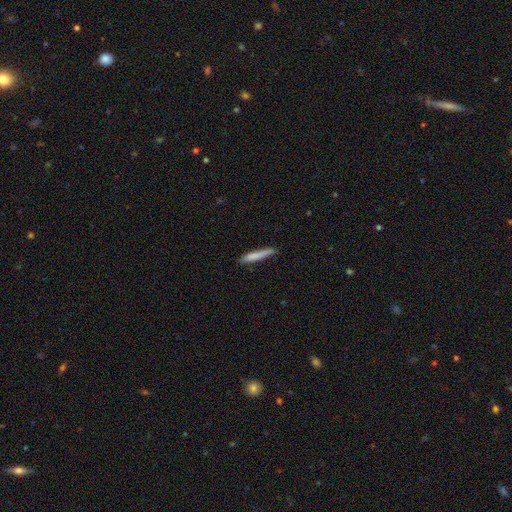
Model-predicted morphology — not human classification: Smooth or featured? Predicted: smooth (p=0.78). How rounded? Predicted: cigar-shaped (p=0.94). Merging? Predicted: none (p=0.81).